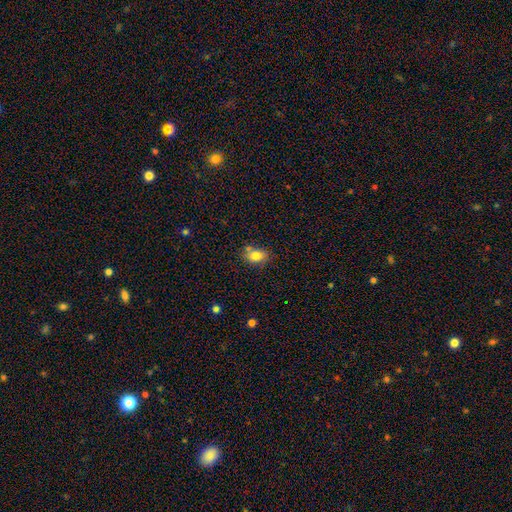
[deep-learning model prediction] Overall: smooth (82%). How rounded: in between (78%). Merging: none (65%).